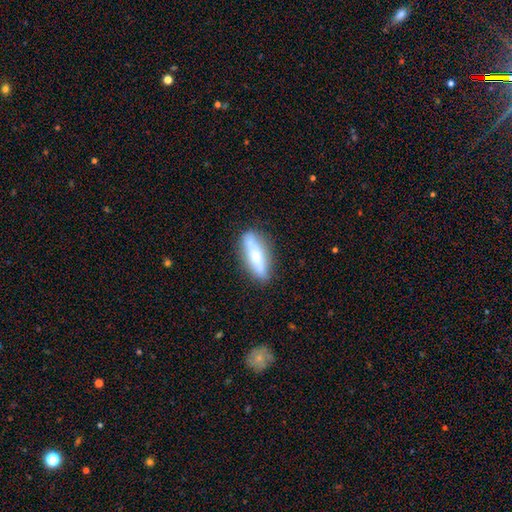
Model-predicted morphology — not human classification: smooth 60%, featured or disk 34%, star or artifact 6%. Down the decision tree: how rounded — cigar-shaped (64%); merging — none (79%).